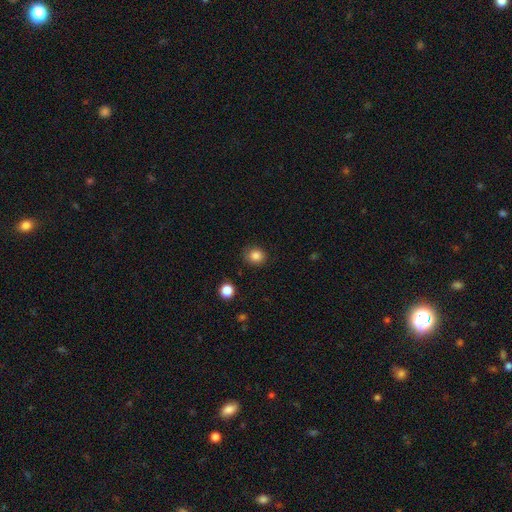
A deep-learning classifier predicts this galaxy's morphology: smooth-or-featured: smooth: 85% | star or artifact: 11% | featured or disk: 5%
  how-rounded: round: 78% | in between: 21% | cigar-shaped: 1%
  merging: none: 85% | minor disturbance: 11% | major disturbance: 3% | merger: 1%